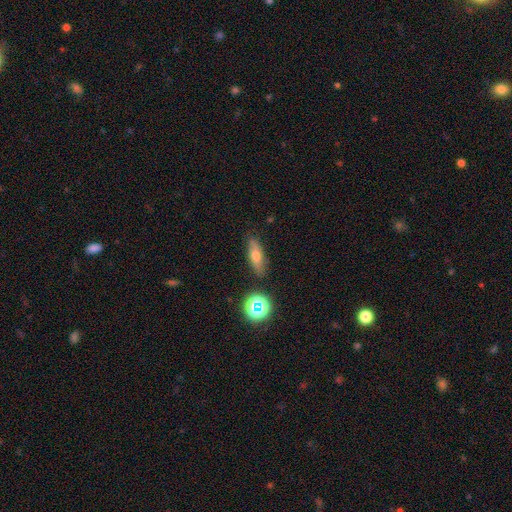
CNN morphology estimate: A smooth galaxy with no disk features (58%) that is in between round and cigar-shaped (51%).

Vote fractions:
- Smooth or featured? smooth: 58% / featured or disk: 27% / star or artifact: 14%
- How rounded? in between: 51% / cigar-shaped: 41% / round: 8%
- Merging? none: 84% / minor disturbance: 11% / major disturbance: 3% / merger: 2%